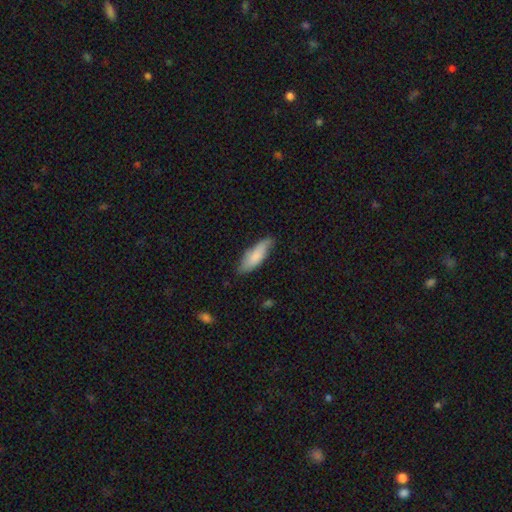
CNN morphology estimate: Smooth or featured: smooth — 77% (featured or disk — 17%)
How rounded: in between — 60% (cigar-shaped — 38%)
Merging: none — 69% (minor disturbance — 25%)